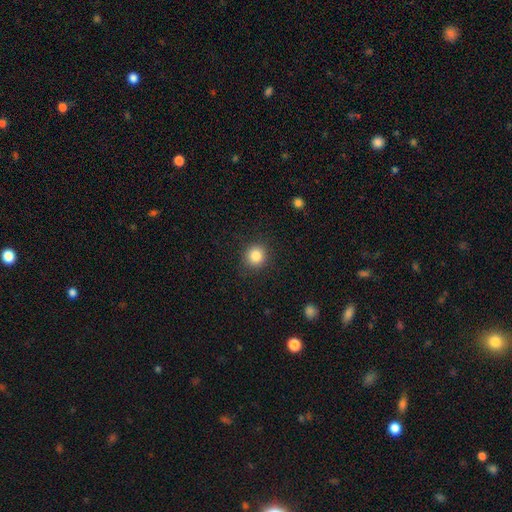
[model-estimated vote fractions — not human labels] A smooth galaxy with no disk features (85%) that is round (88%). Merging: none (89%).